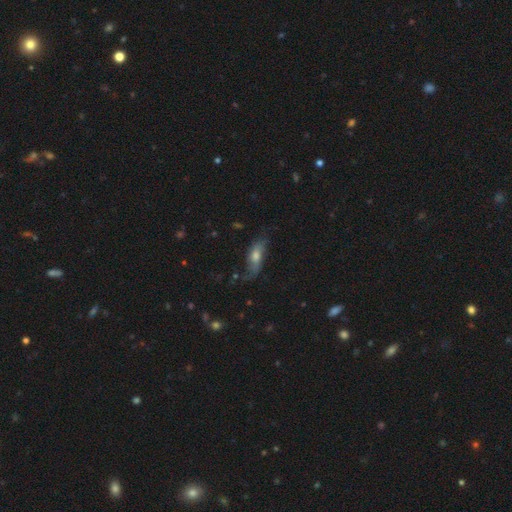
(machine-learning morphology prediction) This is possibly a featured or disk galaxy (48%). Merging: possibly none (58%).